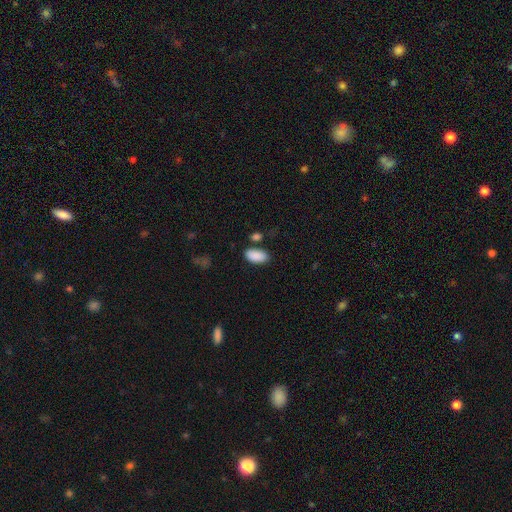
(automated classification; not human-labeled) smooth_or_featured: smooth (p=0.90) [alt: star or artifact p=0.07]
how_rounded: in between (p=0.95) [alt: cigar-shaped p=0.02]
merging: none (p=0.77) [alt: minor disturbance p=0.12]